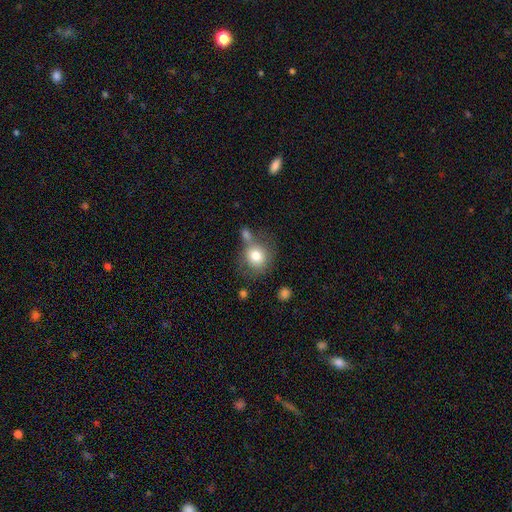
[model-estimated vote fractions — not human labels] Q: Smooth or featured?
A: smooth (78%); runner-up: featured or disk (13%)
Q: How rounded?
A: round (78%); runner-up: in between (21%)
Q: Merging?
A: none (53%); runner-up: merger (23%)